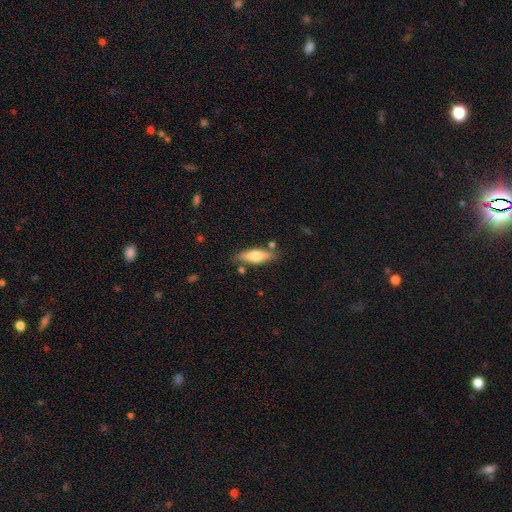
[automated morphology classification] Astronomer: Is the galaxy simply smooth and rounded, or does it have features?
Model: smooth — 65%.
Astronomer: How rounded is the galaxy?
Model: in between — 58% (runner-up: cigar-shaped, 39%).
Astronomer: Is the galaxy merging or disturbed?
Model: none — 75%.